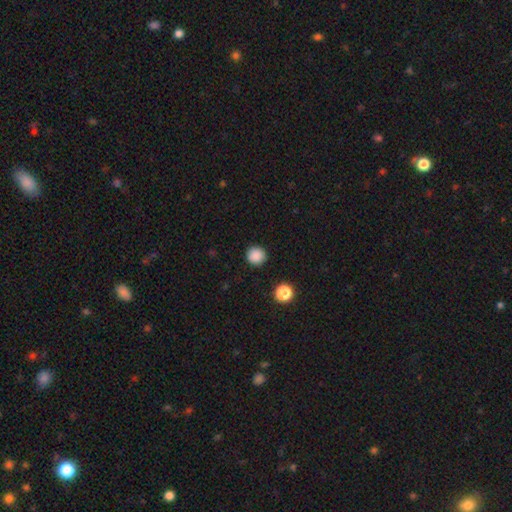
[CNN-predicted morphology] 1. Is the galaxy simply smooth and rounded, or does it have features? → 87% smooth, 11% star or artifact, 3% featured or disk.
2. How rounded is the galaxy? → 94% round, 5% in between, 1% cigar-shaped.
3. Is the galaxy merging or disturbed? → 91% none, 6% minor disturbance, 2% major disturbance, 1% merger.